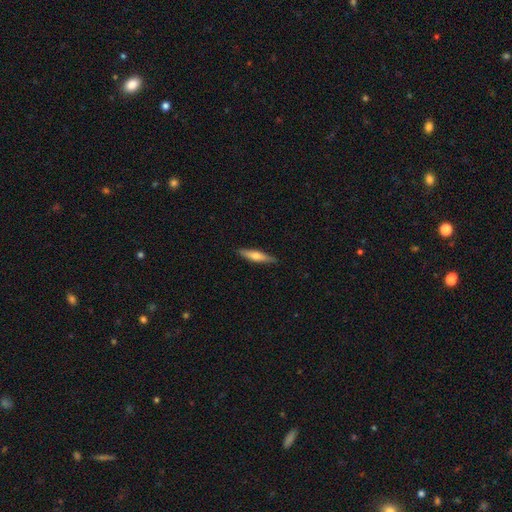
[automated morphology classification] A smooth galaxy with no disk features (57%) that is cigar-shaped (81%).

Vote fractions:
- Smooth or featured? smooth: 57% / featured or disk: 38% / star or artifact: 6%
- How rounded? cigar-shaped: 81% / in between: 17% / round: 2%
- Merging? none: 88% / minor disturbance: 9% / major disturbance: 2% / merger: 1%